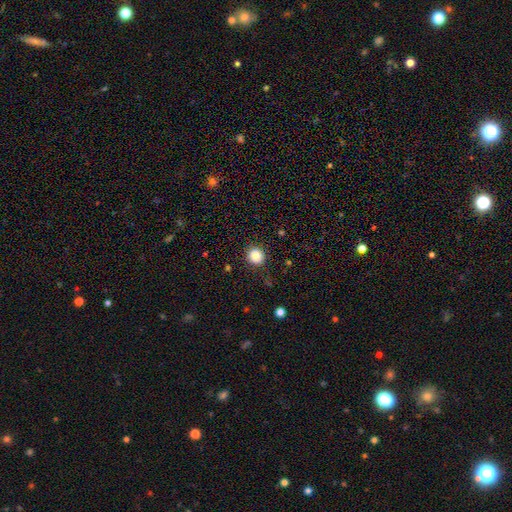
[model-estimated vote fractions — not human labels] The model was most divided on "smooth or featured": smooth: 84%, star or artifact: 10%, featured or disk: 6%. More confident: how rounded — round (90%); merging — none (90%).